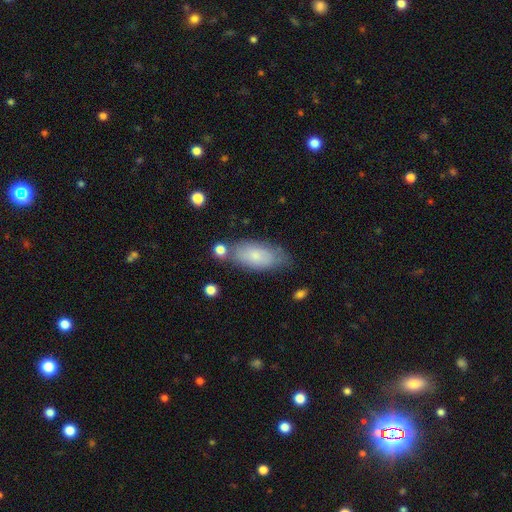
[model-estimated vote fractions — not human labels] Q: Smooth or featured?
A: smooth (73%); runner-up: featured or disk (20%)
Q: How rounded?
A: in between (87%); runner-up: cigar-shaped (10%)
Q: Merging?
A: none (65%); runner-up: minor disturbance (21%)